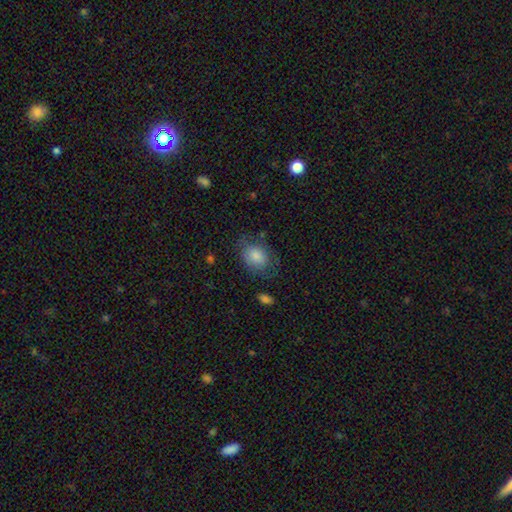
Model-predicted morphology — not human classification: Q: Smooth or featured?
A: smooth (76%); runner-up: featured or disk (14%)
Q: How rounded?
A: in between (68%); runner-up: round (31%)
Q: Merging?
A: none (67%); runner-up: minor disturbance (22%)